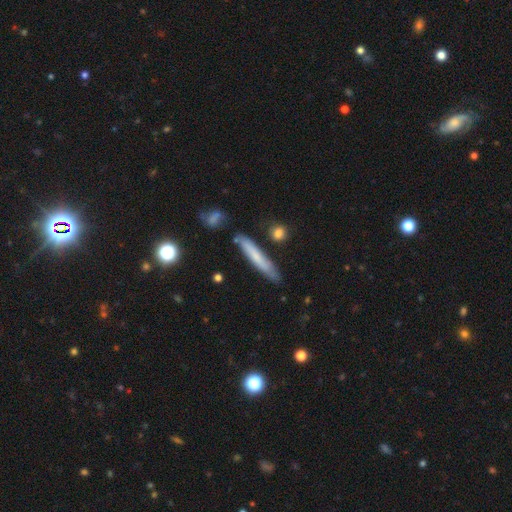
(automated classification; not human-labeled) Smooth or featured: smooth — 62% (featured or disk — 32%)
How rounded: cigar-shaped — 93% (in between — 5%)
Merging: none — 80% (minor disturbance — 13%)